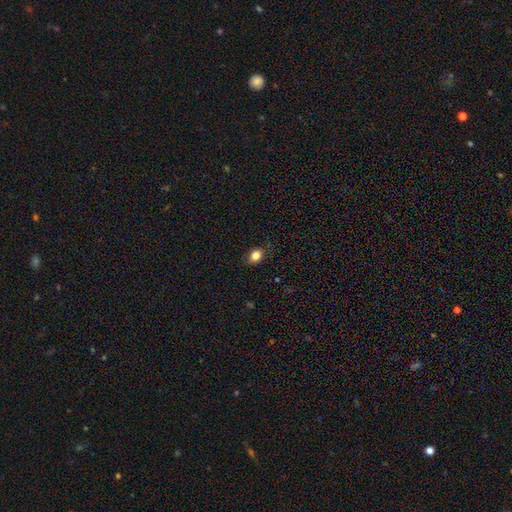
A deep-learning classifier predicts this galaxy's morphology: Smooth or featured? Predicted: smooth (p=0.83). How rounded? Predicted: in between (p=0.54). Merging? Predicted: none (p=0.84).